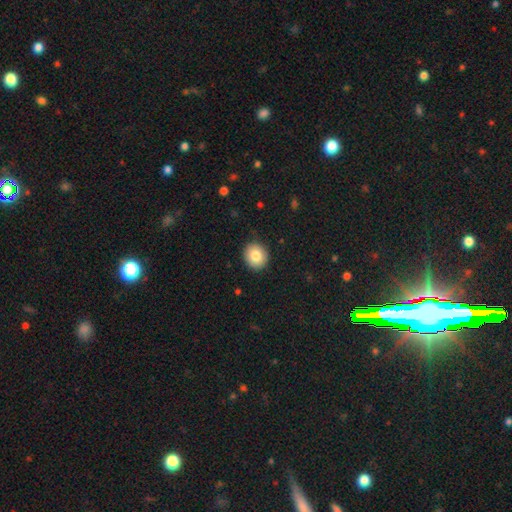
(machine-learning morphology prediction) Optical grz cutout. It shows a smooth galaxy with no disk features (83%) that is round (85%). Merging: none (90%).